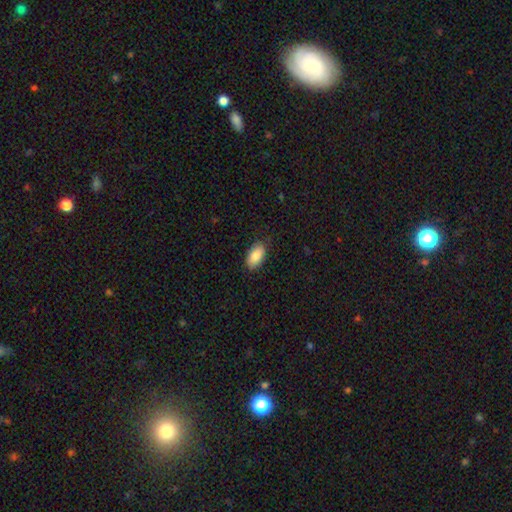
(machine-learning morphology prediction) Overall: smooth (88%). How rounded: in between (94%). Merging: none (85%).